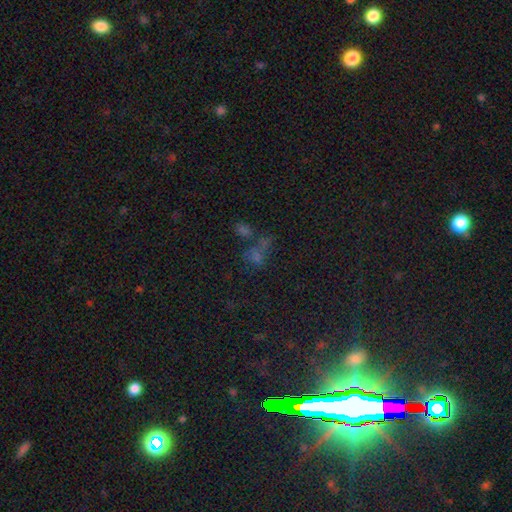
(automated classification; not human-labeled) Smooth or featured? star or artifact (49%)